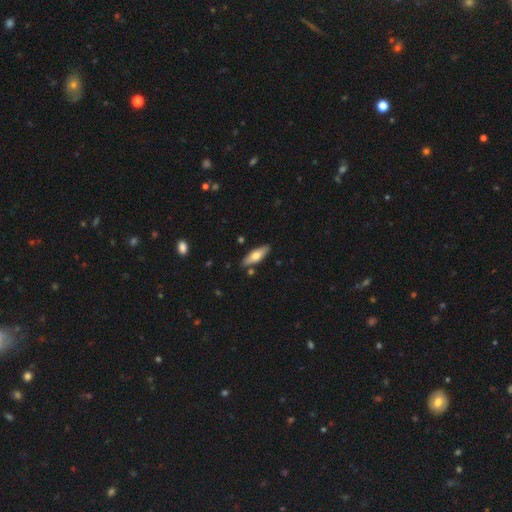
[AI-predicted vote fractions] smooth-or-featured: smooth: 62% | featured or disk: 33% | star or artifact: 6%
  how-rounded: in between: 52% | cigar-shaped: 46% | round: 2%
  merging: none: 84% | minor disturbance: 10% | merger: 3% | major disturbance: 2%